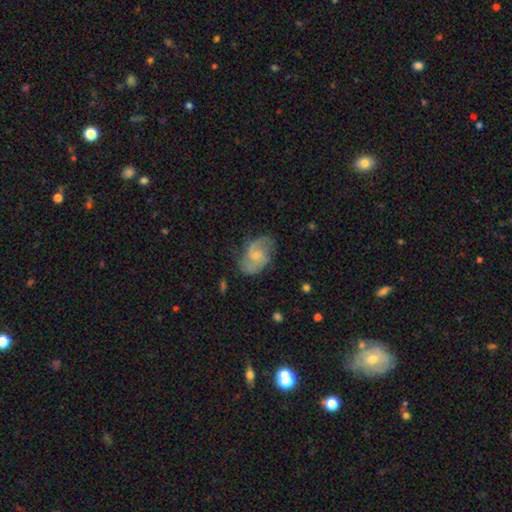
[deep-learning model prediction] smooth-or-featured: featured or disk: 71% | smooth: 22% | star or artifact: 6%
  disk-edge-on: no: 97% | yes: 3%
    bar: no: 50% | weak: 44% | strong: 6%
    has-spiral-arms: yes: 92% | no: 8%
      spiral-winding: medium: 50% | loose: 27% | tight: 24%
      spiral-arm-count: 2: 82% | can't tell: 10% | 3: 3% | 1: 3% | 4: 1% | more than 4: 1%
    bulge-size: small: 55% | moderate: 30% | none: 11% | large: 2% | dominant: 1%
  merging: none: 67% | minor disturbance: 23% | major disturbance: 9% | merger: 2%